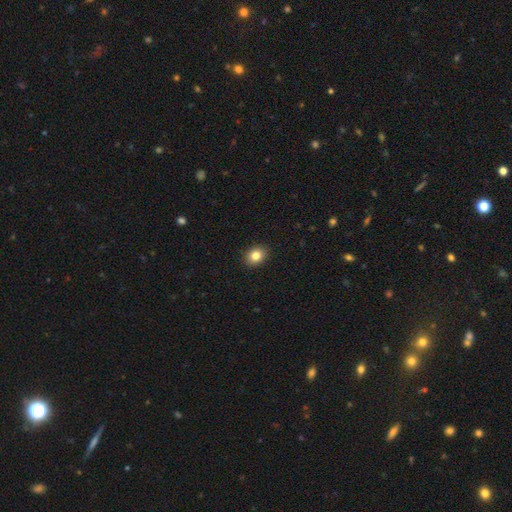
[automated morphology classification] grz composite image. It shows a smooth galaxy with no disk features (83%) that is round (52%). Merging: none (91%).